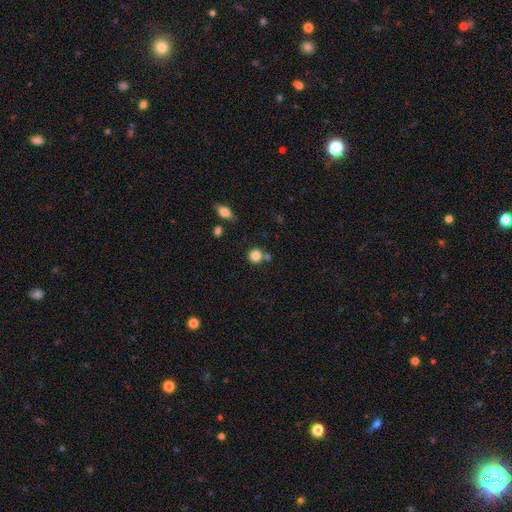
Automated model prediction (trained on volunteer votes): smooth-or-featured: smooth: 84% | star or artifact: 10% | featured or disk: 6%
  how-rounded: round: 90% | in between: 9% | cigar-shaped: 1%
  merging: none: 69% | merger: 17% | minor disturbance: 10% | major disturbance: 3%